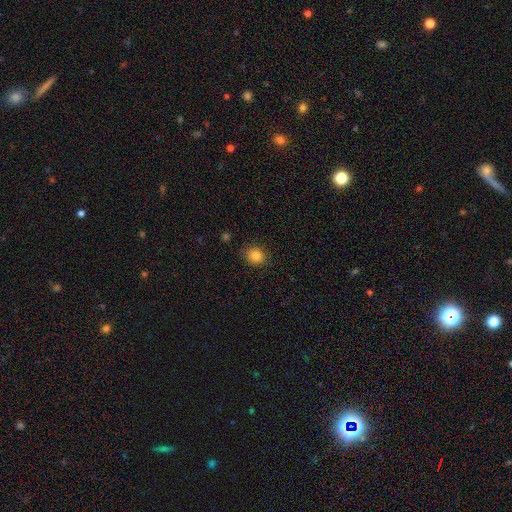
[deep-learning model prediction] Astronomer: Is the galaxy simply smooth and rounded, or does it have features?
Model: smooth — 84%.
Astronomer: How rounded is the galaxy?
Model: round — 75%.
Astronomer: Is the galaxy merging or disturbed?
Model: none — 88%.